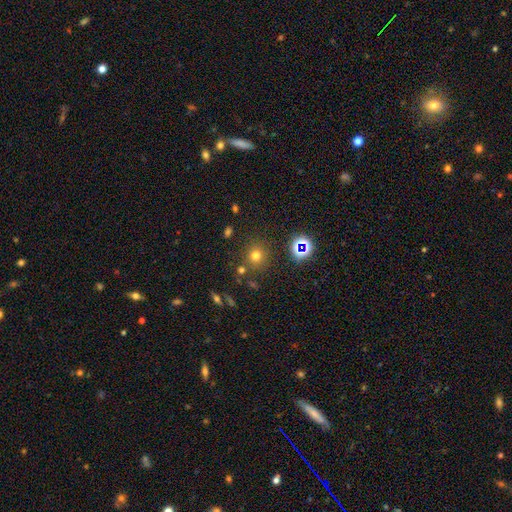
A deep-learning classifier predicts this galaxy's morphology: smooth-or-featured: smooth: 66% | star or artifact: 25% | featured or disk: 9%
  how-rounded: round: 90% | in between: 9% | cigar-shaped: 1%
  merging: none: 81% | minor disturbance: 9% | merger: 6% | major disturbance: 4%